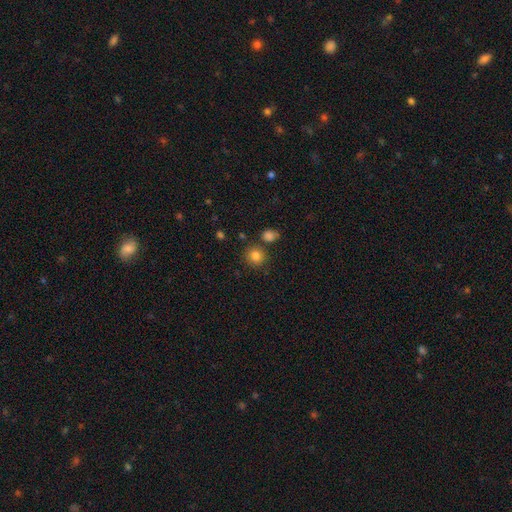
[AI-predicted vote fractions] A smooth galaxy with no disk features (82%) that is round (87%). Merging: none (80%).